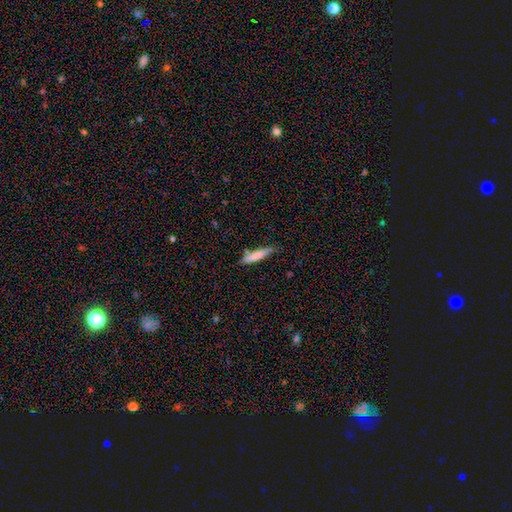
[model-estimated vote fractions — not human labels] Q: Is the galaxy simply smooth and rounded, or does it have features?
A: smooth — 78%.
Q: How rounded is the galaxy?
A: cigar-shaped — 85%.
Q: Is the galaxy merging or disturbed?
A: none — 69%.